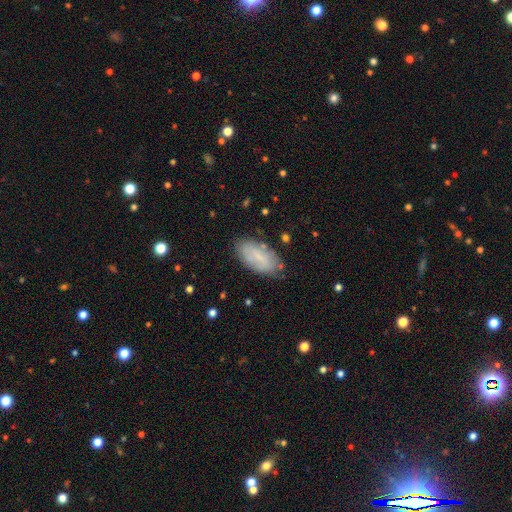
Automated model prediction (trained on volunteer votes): The model was most divided on "smooth or featured": smooth: 69%, featured or disk: 23%, star or artifact: 8%. More confident: how rounded — in between (91%); merging — none (75%).